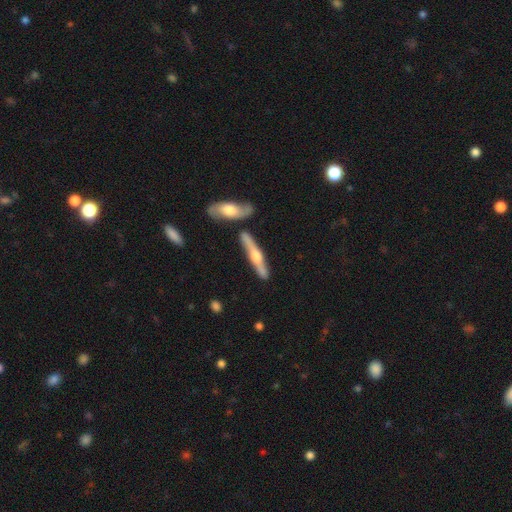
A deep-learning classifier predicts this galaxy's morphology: Overall: featured or disk (70%). Edge-on disk: yes (91%). Edge-on bulge: rounded (91%). Merging: none (76%).